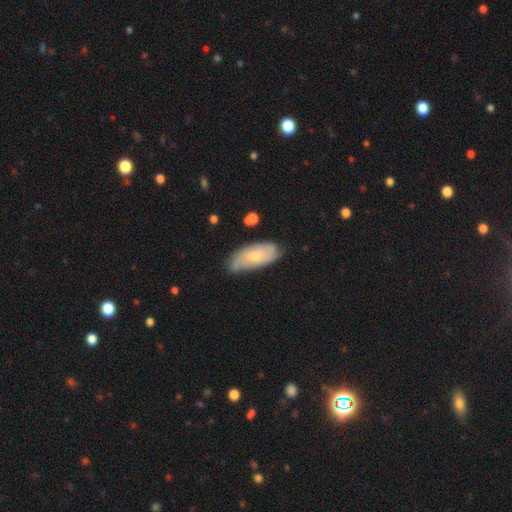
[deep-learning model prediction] Q: Smooth or featured?
A: featured or disk (53%); runner-up: smooth (40%)
Q: Edge-on disk?
A: no (89%); runner-up: yes (11%)
Q: Merging?
A: none (67%); runner-up: minor disturbance (26%)